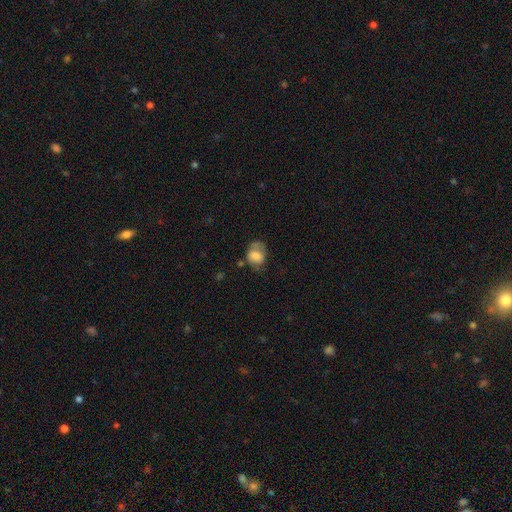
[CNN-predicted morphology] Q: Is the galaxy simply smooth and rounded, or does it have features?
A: smooth — 71%.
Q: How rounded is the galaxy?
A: in between — 58%.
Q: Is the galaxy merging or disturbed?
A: none — 40%.